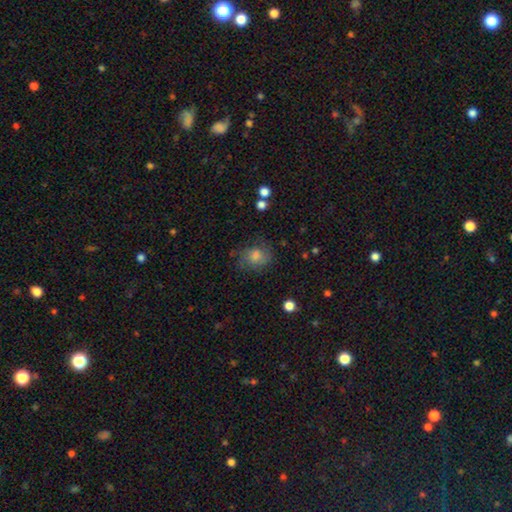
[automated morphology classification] The model was most divided on "smooth or featured": smooth: 55%, featured or disk: 31%, star or artifact: 14%. More confident: merging — none (68%); how rounded — round (65%).